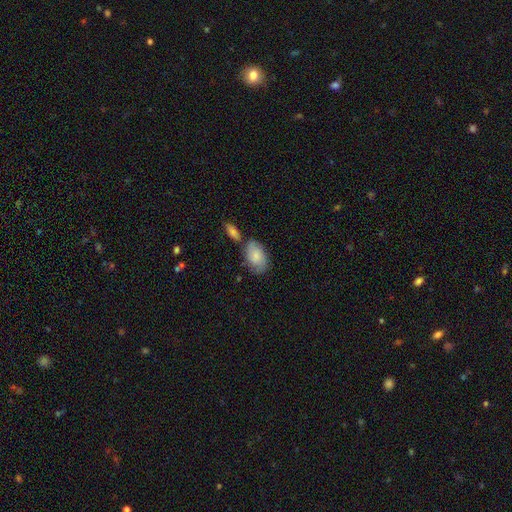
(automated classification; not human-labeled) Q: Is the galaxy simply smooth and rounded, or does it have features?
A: smooth — 67%.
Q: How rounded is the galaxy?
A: in between — 89%.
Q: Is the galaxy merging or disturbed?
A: none — 53%.